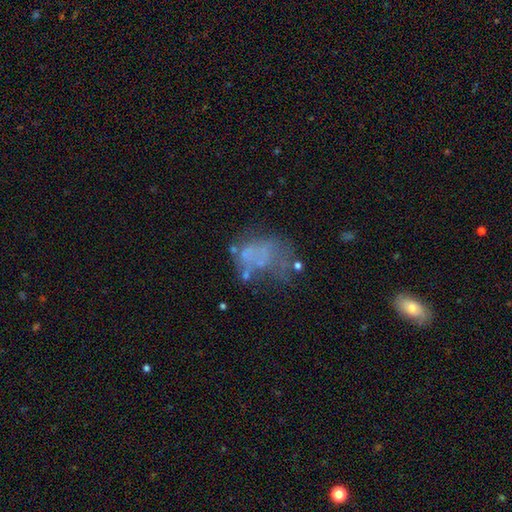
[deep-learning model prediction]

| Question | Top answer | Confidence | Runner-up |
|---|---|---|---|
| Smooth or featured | featured or disk | 47% | smooth (34%) |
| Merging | major disturbance | 34% | none (33%) |